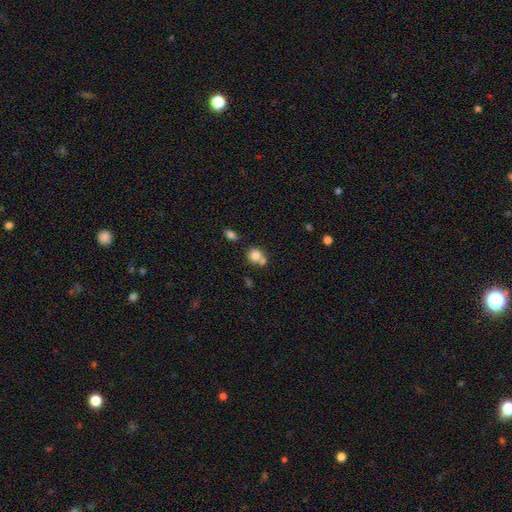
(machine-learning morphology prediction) Smooth or featured: smooth — 79% (featured or disk — 10%)
How rounded: round — 77% (in between — 22%)
Merging: none — 44% (merger — 43%)